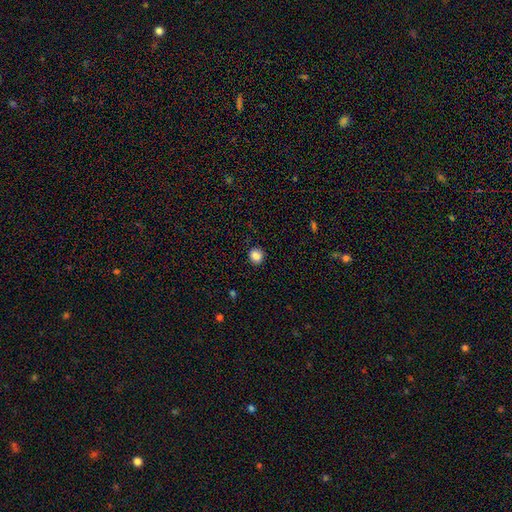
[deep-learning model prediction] A smooth galaxy with no disk features (85%) that is round (85%). Merging: none (90%).